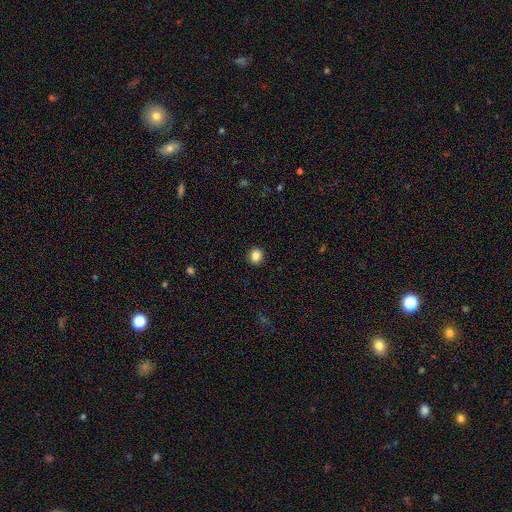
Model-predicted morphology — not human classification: Smooth or featured: smooth — 85% (star or artifact — 10%)
How rounded: round — 88% (in between — 11%)
Merging: none — 92% (minor disturbance — 5%)